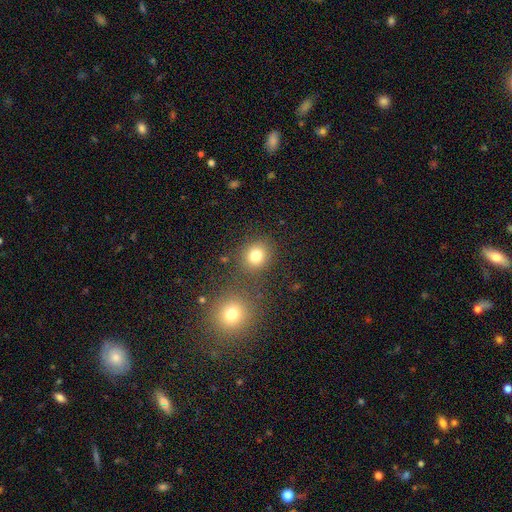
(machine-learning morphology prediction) Overall: smooth (79%). How rounded: round (77%). Merging: none (76%).